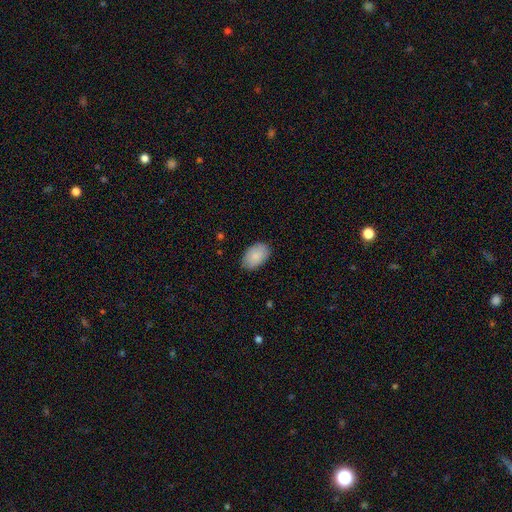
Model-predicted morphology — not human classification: The model was most divided on "merging": none: 83%, minor disturbance: 13%, major disturbance: 2%, merger: 1%. More confident: how rounded — in between (91%); smooth or featured — smooth (87%).